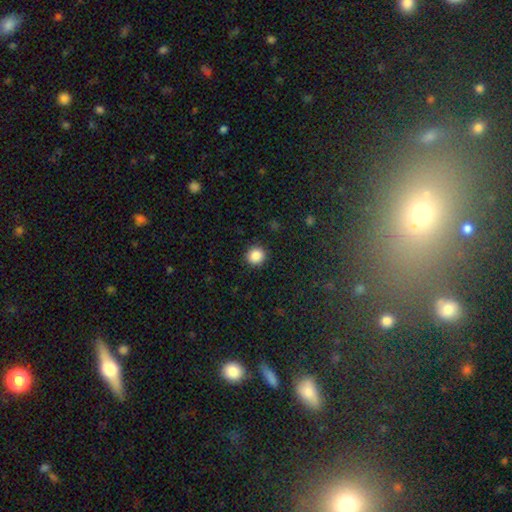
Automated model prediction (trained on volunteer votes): This appears to be a smooth galaxy with no disk features (87%) that is round (92%). Merging: none (92%).